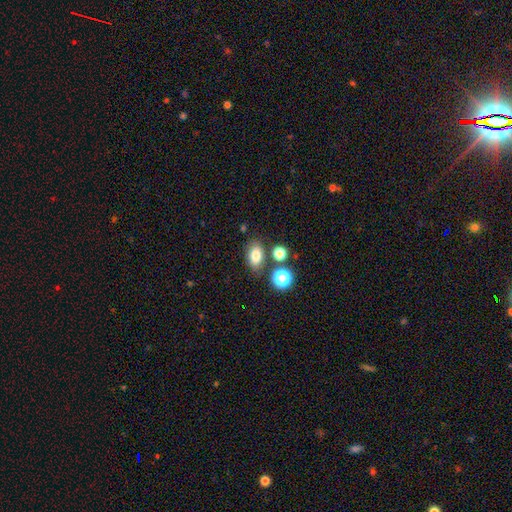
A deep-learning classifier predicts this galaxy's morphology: Smooth or featured? smooth (80%)
How rounded? in between (83%)
Merging? none (75%)